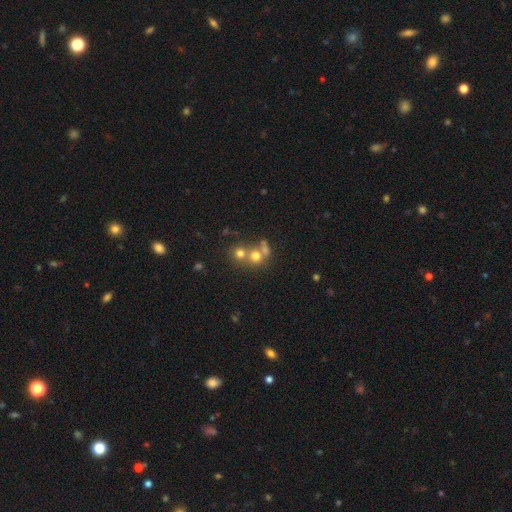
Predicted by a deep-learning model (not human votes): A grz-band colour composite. It shows a smooth galaxy with no disk features (66%) that is round (81%). Merging: merger (49%).